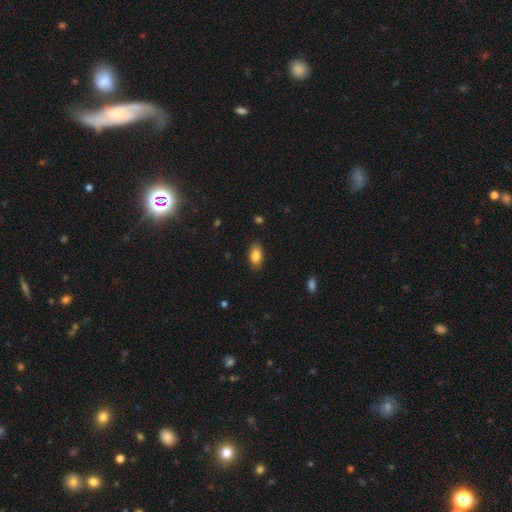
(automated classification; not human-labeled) Smooth or featured: smooth — 85% (featured or disk — 8%)
How rounded: in between — 91% (round — 6%)
Merging: none — 86% (minor disturbance — 11%)